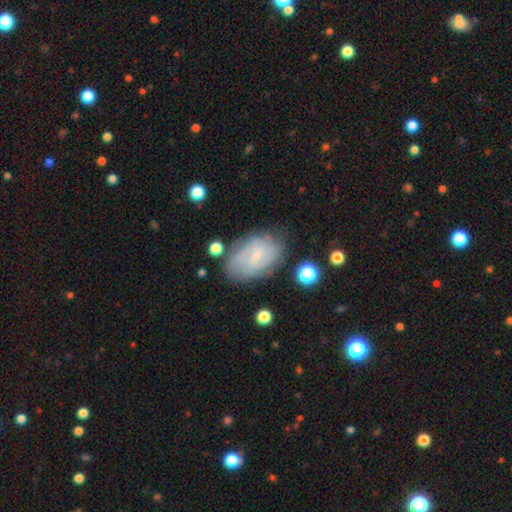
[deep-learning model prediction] smooth-or-featured: featured or disk: 60% | smooth: 32% | star or artifact: 8%
  disk-edge-on: no: 96% | yes: 4%
    bar: weak: 55% | no: 33% | strong: 12%
    has-spiral-arms: yes: 81% | no: 19%
    bulge-size: small: 70% | moderate: 16% | none: 12% | large: 1% | dominant: 1%
  merging: none: 69% | minor disturbance: 21% | major disturbance: 7% | merger: 3%